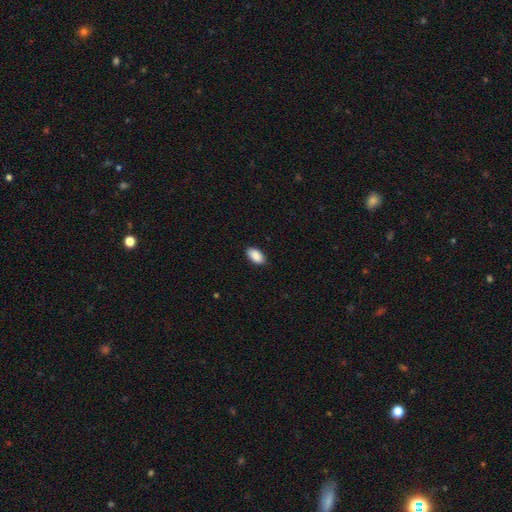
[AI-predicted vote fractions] Smooth or featured? Predicted: smooth (p=0.90). How rounded? Predicted: in between (p=0.95). Merging? Predicted: none (p=0.86).